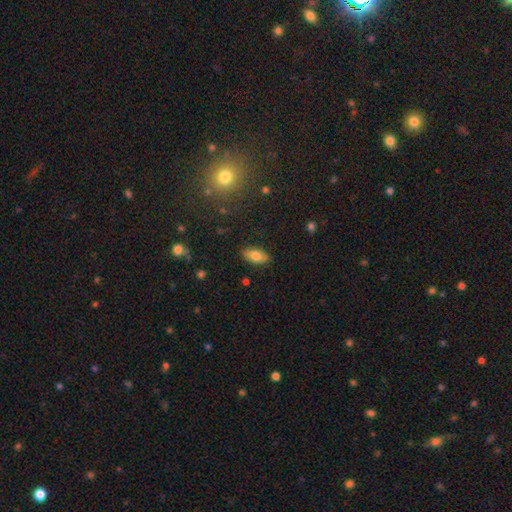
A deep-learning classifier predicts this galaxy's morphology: Overall: smooth (76%). How rounded: in between (87%). Merging: none (87%).